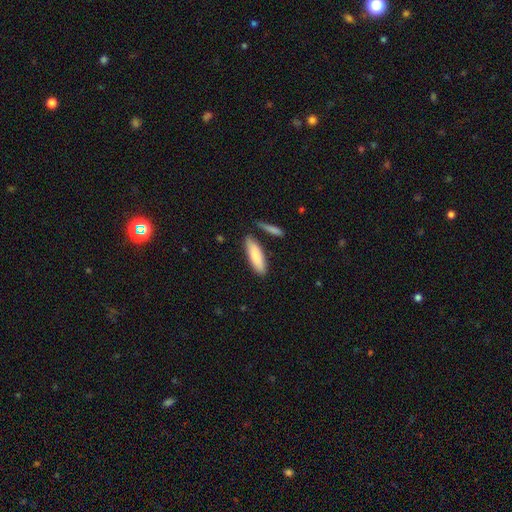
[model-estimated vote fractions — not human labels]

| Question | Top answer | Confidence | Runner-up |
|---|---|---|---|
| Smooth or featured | smooth | 84% | featured or disk (11%) |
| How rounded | cigar-shaped | 54% | in between (44%) |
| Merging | none | 80% | minor disturbance (12%) |